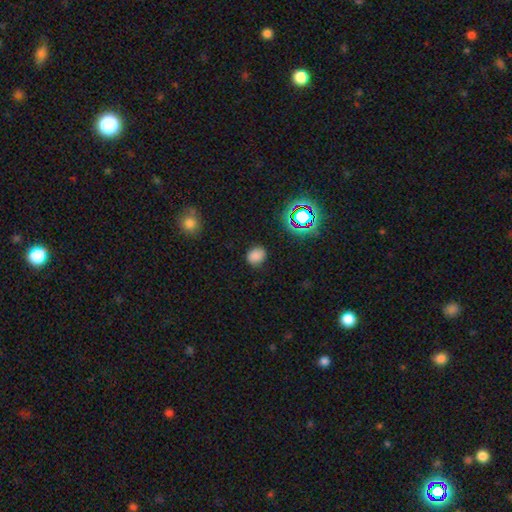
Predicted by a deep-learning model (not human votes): Morphology: type=smooth (77%); roundness=round (60%); merging=none (83%).